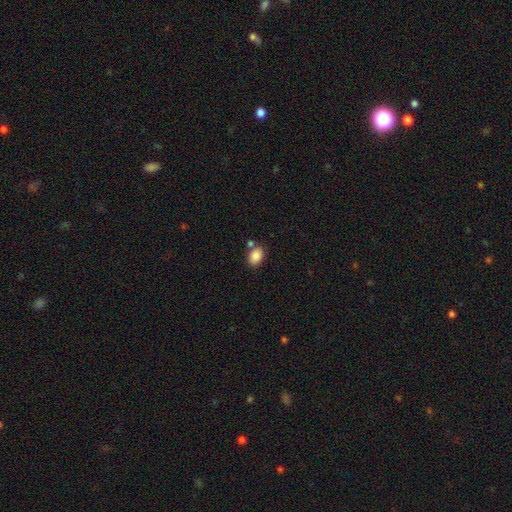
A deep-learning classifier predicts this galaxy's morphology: The model was most divided on "merging": none: 70%, merger: 14%, minor disturbance: 12%, major disturbance: 3%. More confident: smooth or featured — smooth (87%); how rounded — in between (80%).